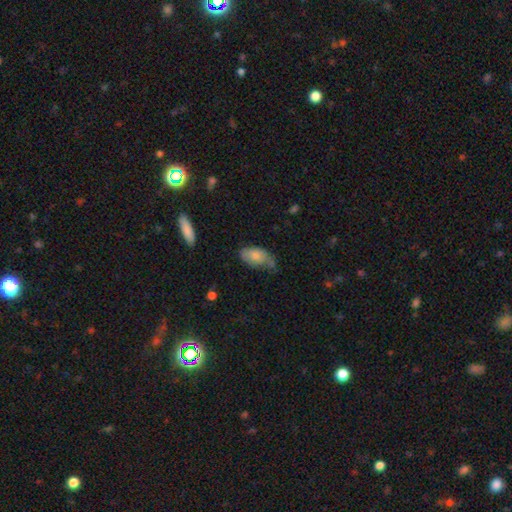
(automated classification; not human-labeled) Overall: smooth (78%). How rounded: in between (93%). Merging: none (44%; minor disturbance 38%).